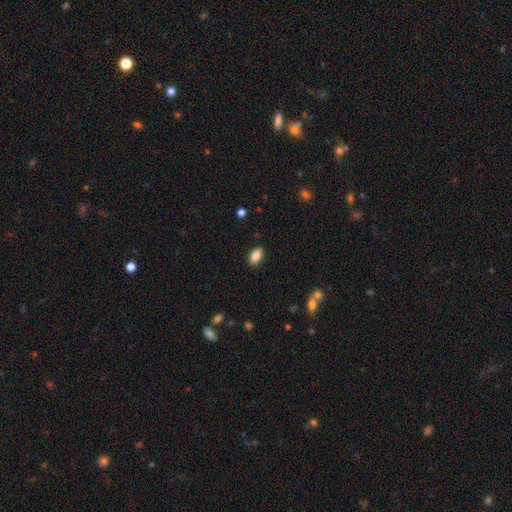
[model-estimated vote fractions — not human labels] smooth_or_featured: smooth (p=0.85) [alt: star or artifact p=0.08]
how_rounded: in between (p=0.91) [alt: round p=0.06]
merging: none (p=0.87) [alt: minor disturbance p=0.09]